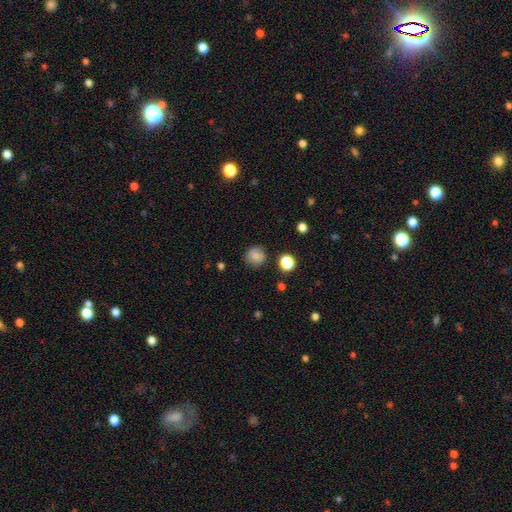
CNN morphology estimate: Smooth or featured? smooth (83%)
How rounded? round (90%)
Merging? none (83%)